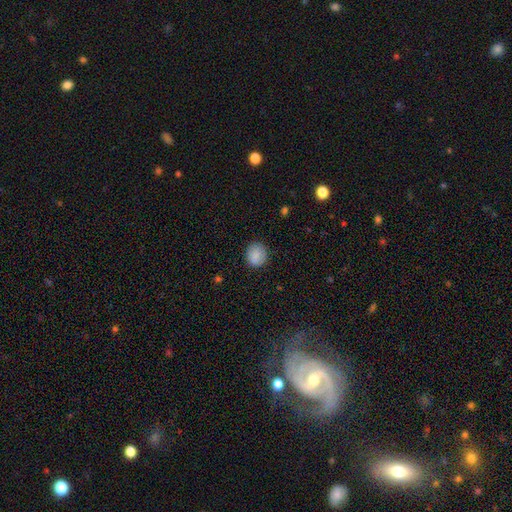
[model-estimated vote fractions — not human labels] Smooth or featured? smooth (86%)
How rounded? round (81%)
Merging? none (86%)